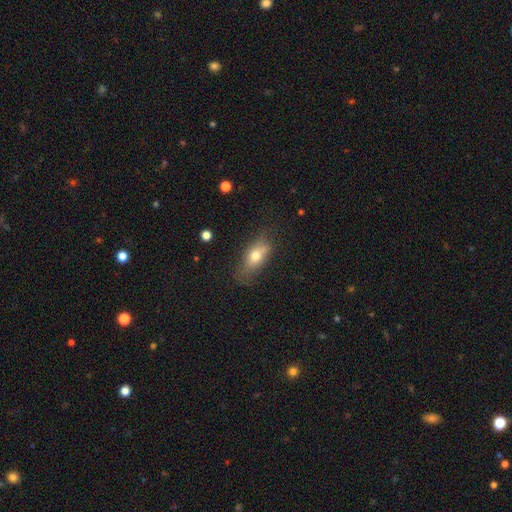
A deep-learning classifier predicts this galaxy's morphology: Smooth or featured? smooth (69%)
How rounded? in between (78%)
Merging? none (62%)